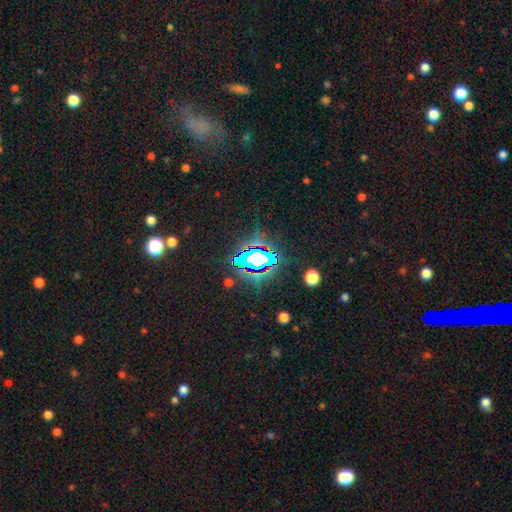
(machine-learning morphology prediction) star or artifact 69%, smooth 19%, featured or disk 12%.